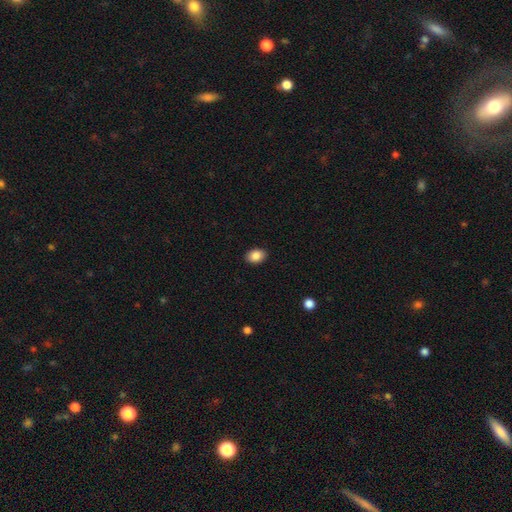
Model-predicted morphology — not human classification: The model was most divided on "how rounded": in between: 78%, round: 21%, cigar-shaped: 1%. More confident: merging — none (90%); smooth or featured — smooth (87%).